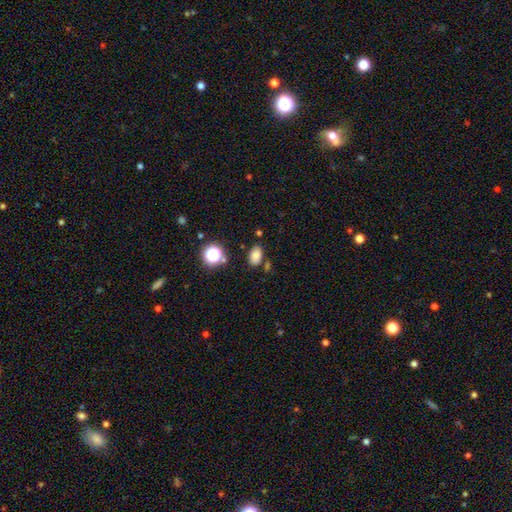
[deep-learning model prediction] Smooth or featured? smooth (79%)
How rounded? in between (84%)
Merging? none (75%)